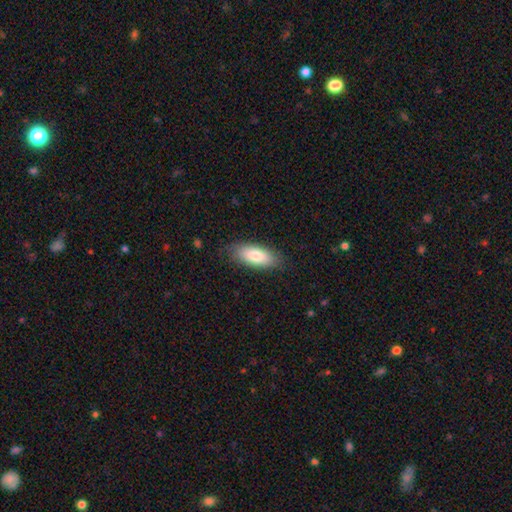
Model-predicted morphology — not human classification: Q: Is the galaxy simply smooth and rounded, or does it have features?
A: smooth — 80%.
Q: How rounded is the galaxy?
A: in between — 81%.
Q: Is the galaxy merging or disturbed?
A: none — 84%.